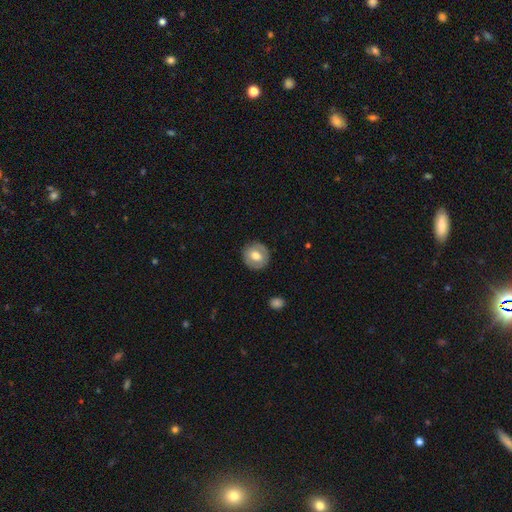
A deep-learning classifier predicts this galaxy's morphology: Smooth or featured? Predicted: smooth (p=0.62). How rounded? Predicted: round (p=0.88). Merging? Predicted: none (p=0.87).